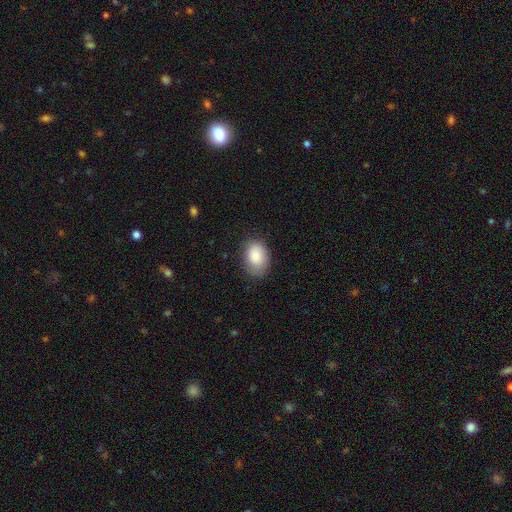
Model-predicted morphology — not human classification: The model was most divided on "merging": none: 76%, minor disturbance: 18%, major disturbance: 5%, merger: 1%. More confident: smooth or featured — smooth (86%); how rounded — in between (83%).